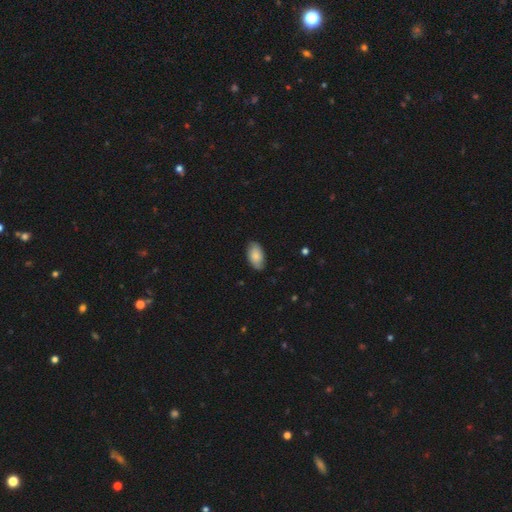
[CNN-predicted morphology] A smooth galaxy with no disk features (81%) that is in between round and cigar-shaped (95%). Merging: none (82%).